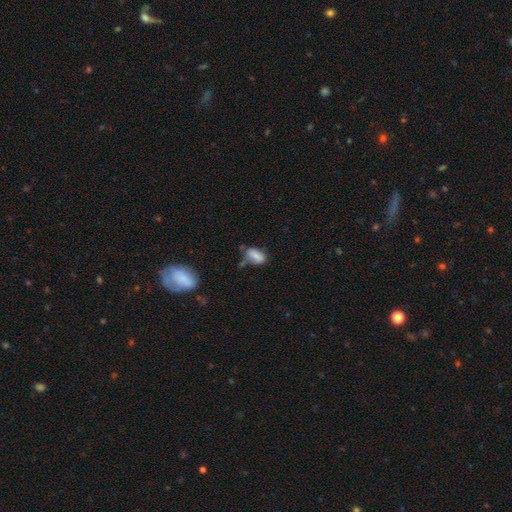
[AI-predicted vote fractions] Overall: smooth (78%). How rounded: in between (88%). Merging: none (49%; minor disturbance 31%).